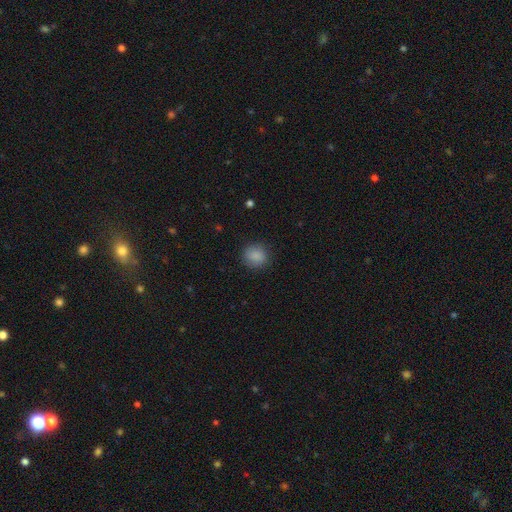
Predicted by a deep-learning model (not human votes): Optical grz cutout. It shows a smooth galaxy with no disk features (87%) that is round (86%). Merging: none (87%).